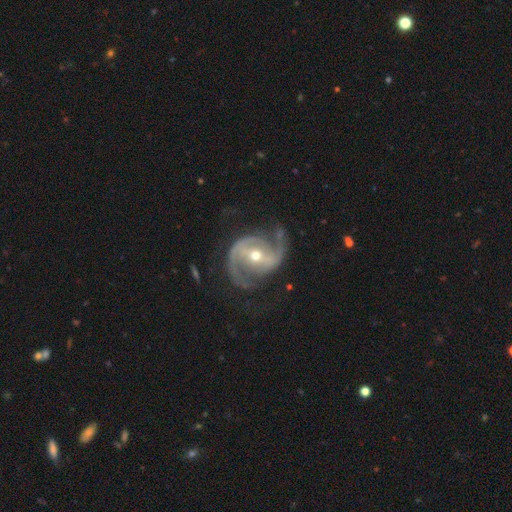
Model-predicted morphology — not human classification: This appears to be a featured or disk galaxy (91%) with a strong bar (42%), 2 (91%) medium (55%) spiral arms (97%) and a small central bulge (51%). Merging: none (72%).